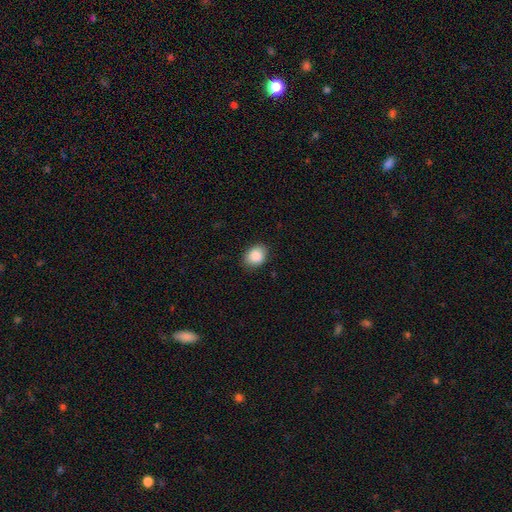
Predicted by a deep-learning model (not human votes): Smooth or featured? smooth (88%)
How rounded? in between (53%)
Merging? none (84%)